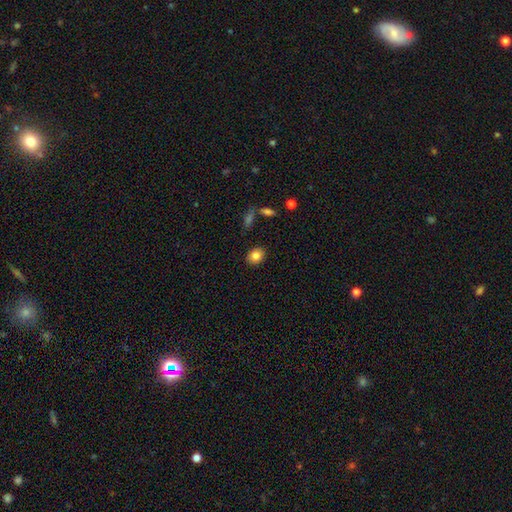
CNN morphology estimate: Smooth or featured?
  - smooth: 83% *
  - star or artifact: 9%
  - featured or disk: 8%
How rounded?
  - in between: 51% *
  - round: 48%
  - cigar-shaped: 1%
Merging?
  - none: 88% *
  - minor disturbance: 8%
  - major disturbance: 2%
  - merger: 2%